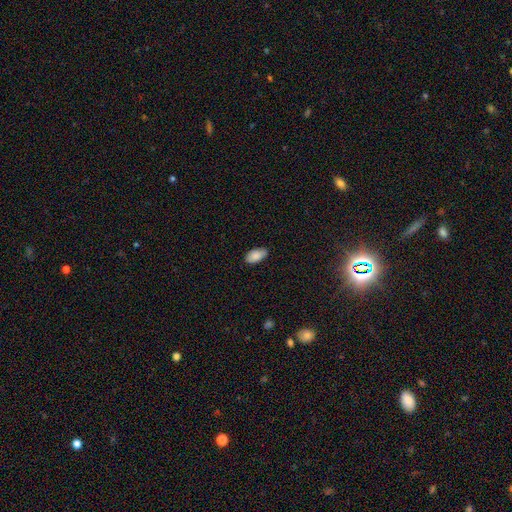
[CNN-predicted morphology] smooth 87%, star or artifact 7%, featured or disk 6%. Down the decision tree: how rounded — in between (94%); merging — none (79%).